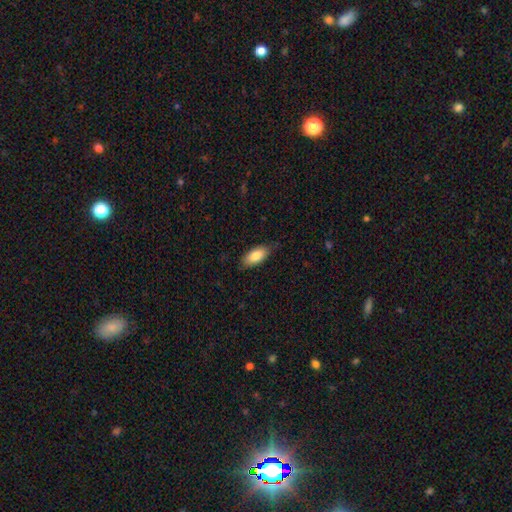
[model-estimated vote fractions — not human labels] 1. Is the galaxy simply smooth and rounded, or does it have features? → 83% smooth, 11% featured or disk, 6% star or artifact.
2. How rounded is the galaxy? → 86% in between, 12% cigar-shaped, 2% round.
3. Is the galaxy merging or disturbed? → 80% none, 16% minor disturbance, 3% major disturbance, 1% merger.